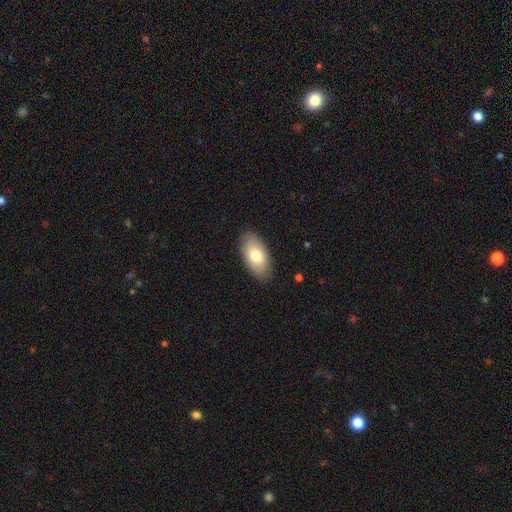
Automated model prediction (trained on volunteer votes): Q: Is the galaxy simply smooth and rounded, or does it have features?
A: smooth — 77%.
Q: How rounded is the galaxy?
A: in between — 94%.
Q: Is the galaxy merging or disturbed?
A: none — 86%.